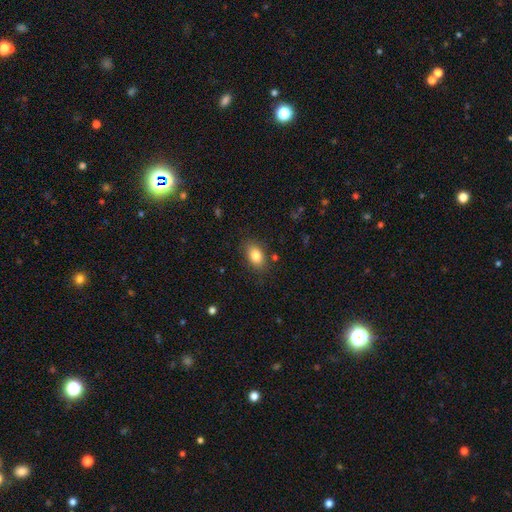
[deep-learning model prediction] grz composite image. It shows a smooth galaxy with no disk features (83%) that is in between round and cigar-shaped (83%). Merging: none (84%).